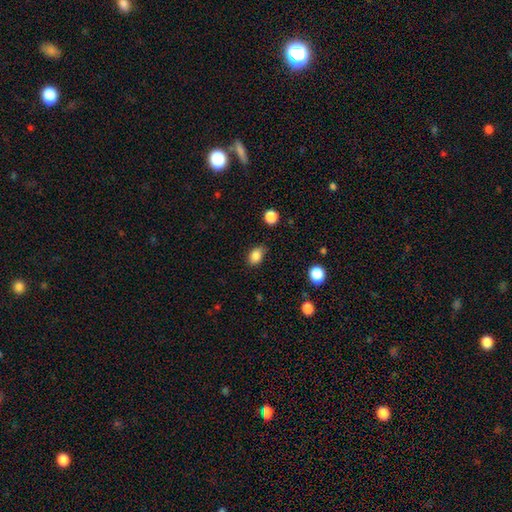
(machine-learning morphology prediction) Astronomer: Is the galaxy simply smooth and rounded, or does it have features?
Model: smooth — 85%.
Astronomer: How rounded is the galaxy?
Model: in between — 76%.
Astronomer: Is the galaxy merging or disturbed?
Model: none — 76%.